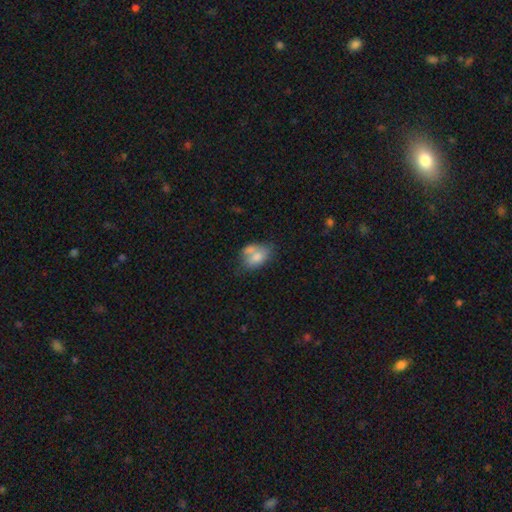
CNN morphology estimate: This appears to be a smooth galaxy with no disk features (74%) that is in between round and cigar-shaped (84%). Merging: merger (41%).